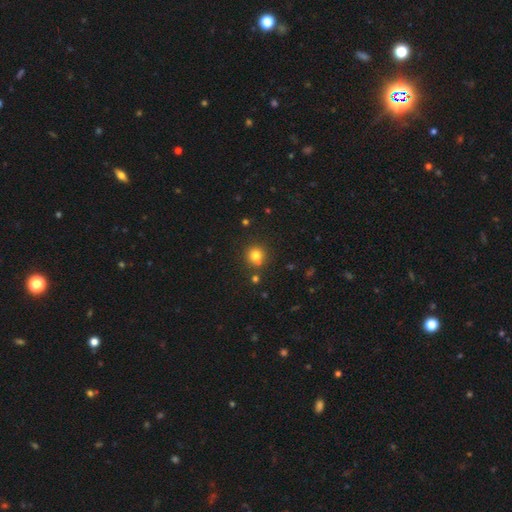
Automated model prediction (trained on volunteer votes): This is likely a smooth galaxy (78%). How rounded: clearly round (91%). Merging: likely none (76%).